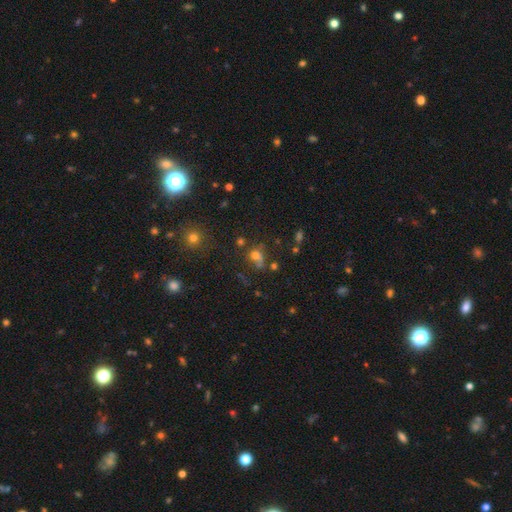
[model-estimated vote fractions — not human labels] smooth_or_featured: smooth (p=0.62) [alt: star or artifact p=0.24]
how_rounded: round (p=0.68) [alt: in between p=0.31]
merging: none (p=0.42) [alt: merger p=0.26]